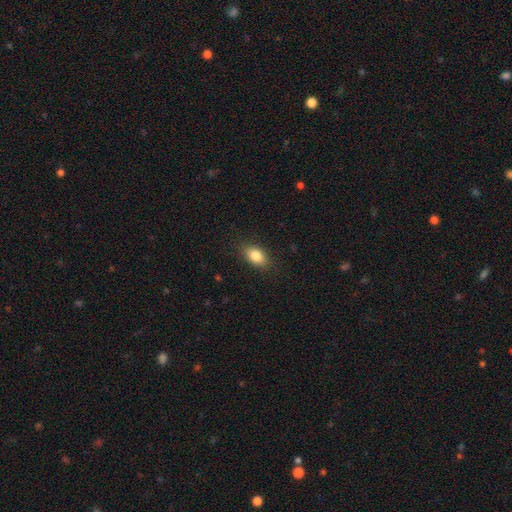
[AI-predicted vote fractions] Smooth or featured? Predicted: smooth (p=0.84). How rounded? Predicted: in between (p=0.87). Merging? Predicted: none (p=0.86).